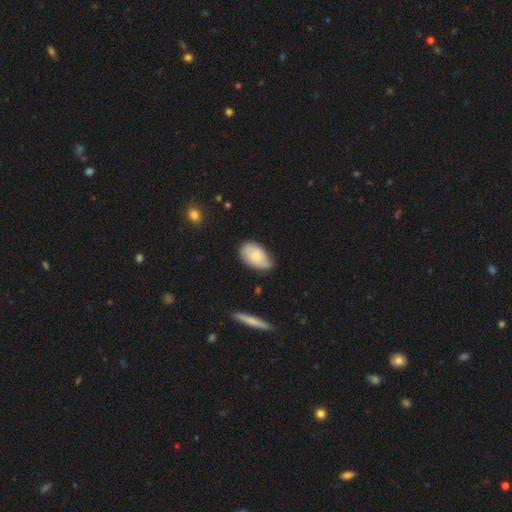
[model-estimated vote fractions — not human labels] Overall: smooth (64%; featured or disk 30%). How rounded: in between (91%). Merging: none (59%; minor disturbance 33%).